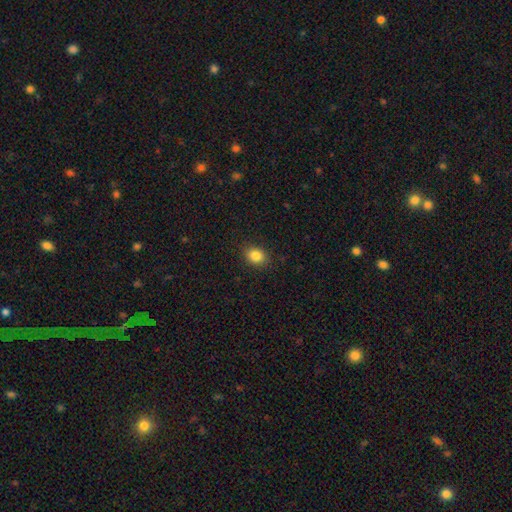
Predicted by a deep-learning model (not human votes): A smooth galaxy with no disk features (85%) that is round (54%).

Vote fractions:
- Smooth or featured? smooth: 85% / star or artifact: 10% / featured or disk: 5%
- How rounded? round: 54% / in between: 46% / cigar-shaped: 1%
- Merging? none: 89% / minor disturbance: 8% / major disturbance: 2% / merger: 1%